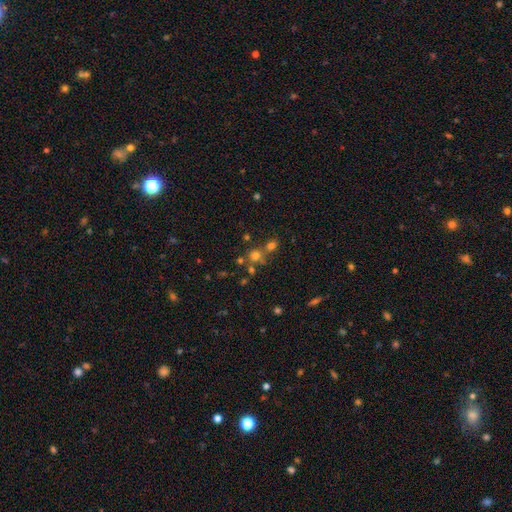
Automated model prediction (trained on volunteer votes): smooth 63%, star or artifact 25%, featured or disk 12%. Down the decision tree: how rounded — round (87%); merging — none (55%).